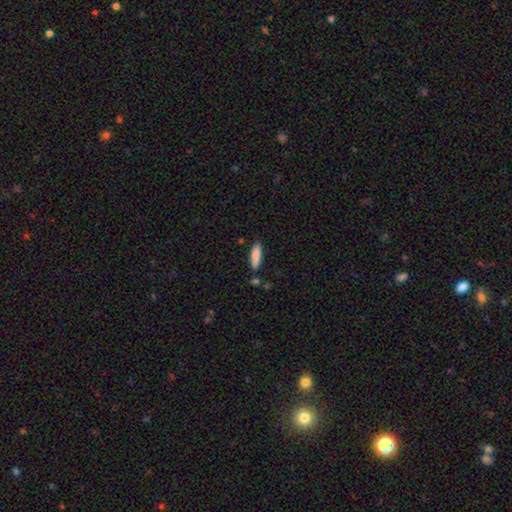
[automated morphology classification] smooth-or-featured: smooth: 86% | featured or disk: 8% | star or artifact: 6%
  how-rounded: cigar-shaped: 60% | in between: 38% | round: 1%
  merging: none: 83% | minor disturbance: 11% | merger: 4% | major disturbance: 2%